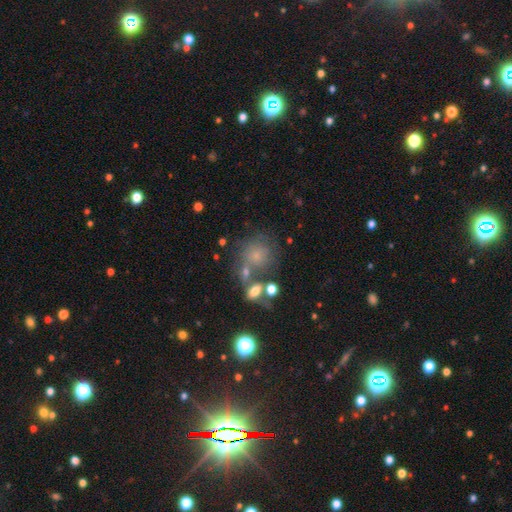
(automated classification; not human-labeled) smooth 57%, featured or disk 22%, star or artifact 21%. Down the decision tree: how rounded — round (80%); merging — none (52%).